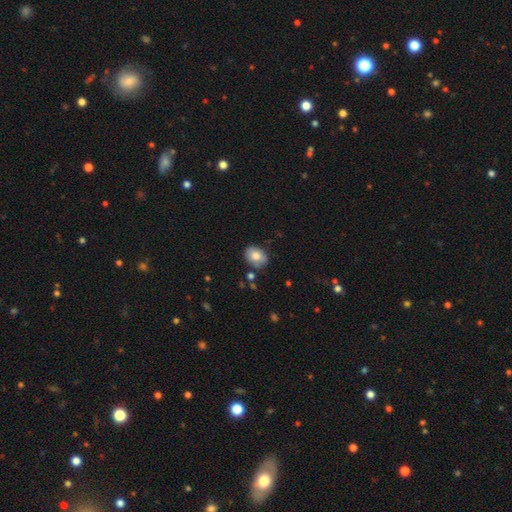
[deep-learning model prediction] This is likely a smooth galaxy (76%). How rounded: likely in between (65%). Merging: likely none (76%).